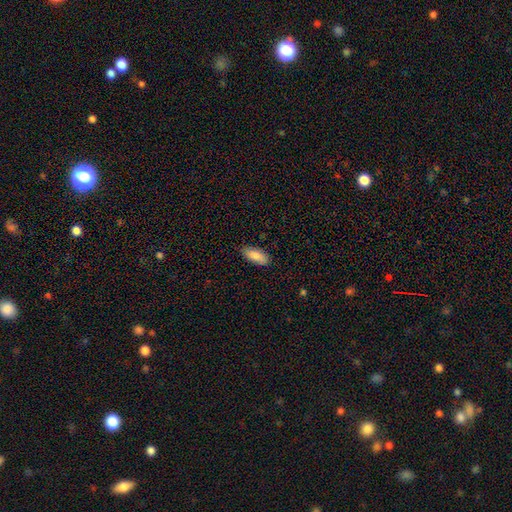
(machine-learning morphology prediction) This is clearly a smooth galaxy (86%). How rounded: clearly in between (87%). Merging: clearly none (85%).